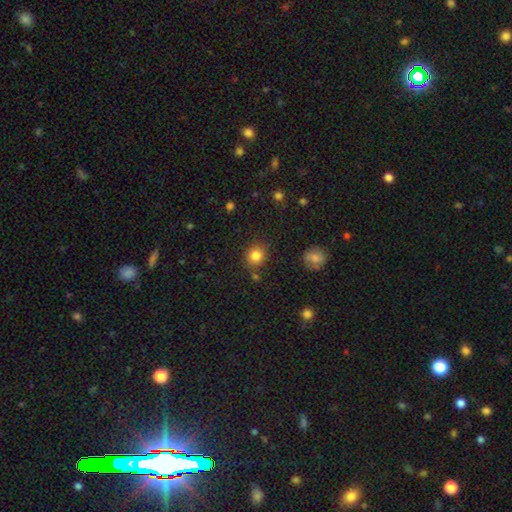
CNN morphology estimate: The model was most divided on "how rounded": round: 82%, in between: 17%, cigar-shaped: 1%. More confident: smooth or featured — smooth (83%); merging — none (82%).